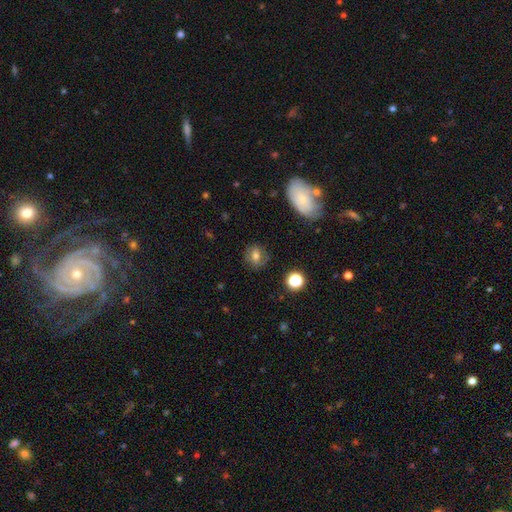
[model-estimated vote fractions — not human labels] A smooth galaxy with no disk features (61%) that is round (65%).

Vote fractions:
- Smooth or featured? smooth: 61% / featured or disk: 24% / star or artifact: 14%
- How rounded? round: 65% / in between: 34% / cigar-shaped: 2%
- Merging? none: 77% / minor disturbance: 16% / major disturbance: 5% / merger: 2%